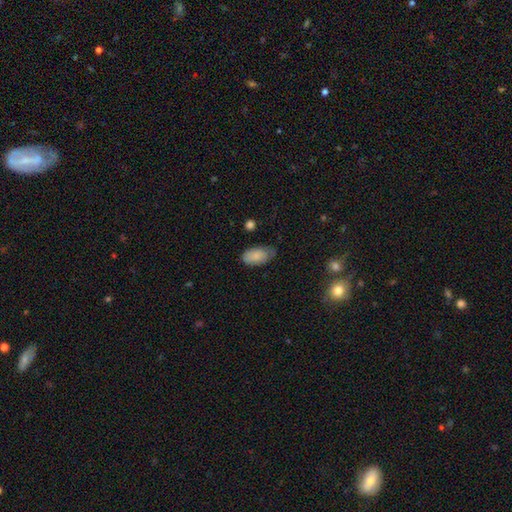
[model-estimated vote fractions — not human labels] smooth 84%, featured or disk 9%, star or artifact 7%. Down the decision tree: how rounded — in between (94%); merging — none (63%).